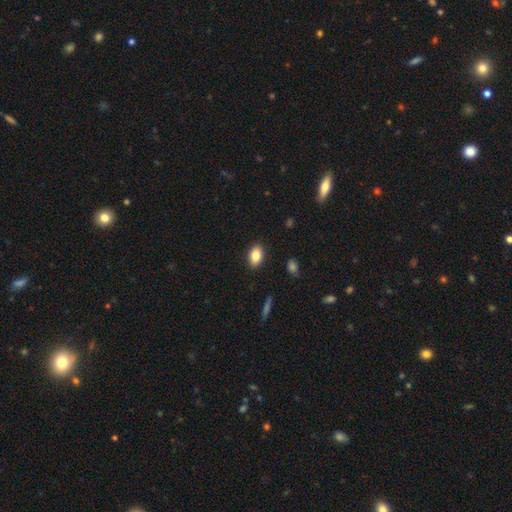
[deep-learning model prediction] A smooth galaxy with no disk features (84%) that is in between round and cigar-shaped (86%). Merging: none (89%).